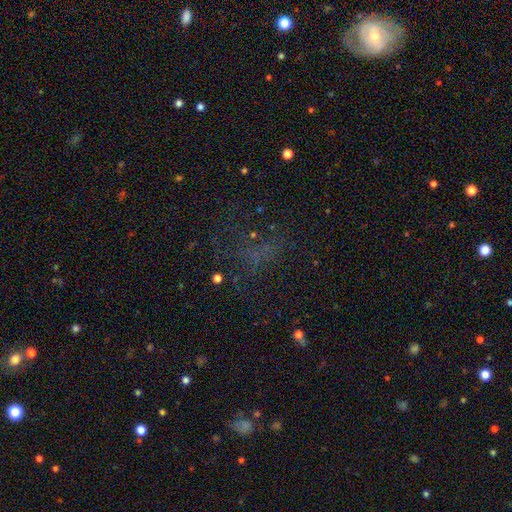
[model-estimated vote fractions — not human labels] A star or artifact, not a galaxy (48%).

Vote fractions:
- Smooth or featured? star or artifact: 48% / smooth: 32% / featured or disk: 21%